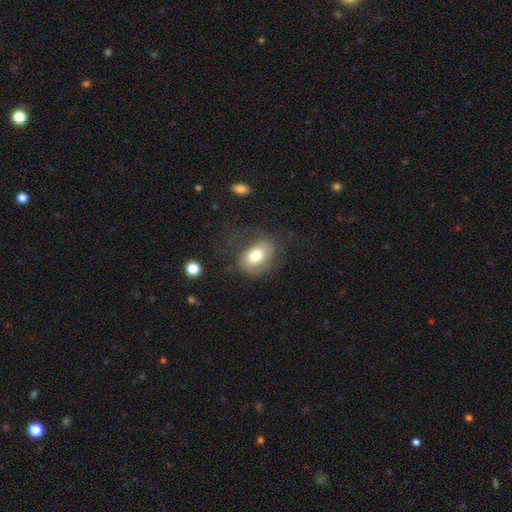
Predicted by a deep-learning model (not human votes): The model was most divided on "merging": none: 51%, minor disturbance: 24%, major disturbance: 23%, merger: 2%. More confident: how rounded — in between (72%); smooth or featured — smooth (68%).